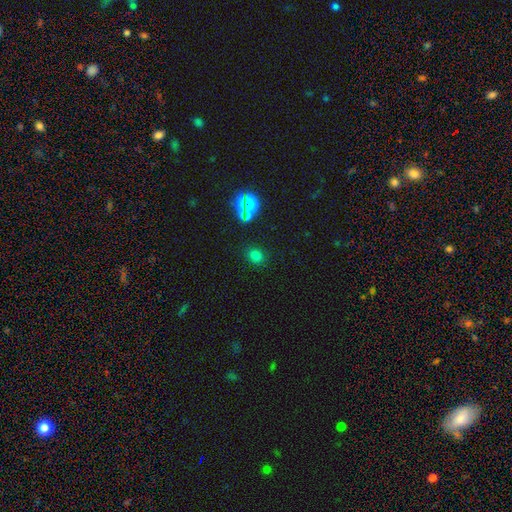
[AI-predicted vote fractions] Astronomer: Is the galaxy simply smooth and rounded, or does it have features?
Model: smooth — 71%.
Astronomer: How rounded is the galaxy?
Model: round — 63%.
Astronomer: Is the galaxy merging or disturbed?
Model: none — 85%.